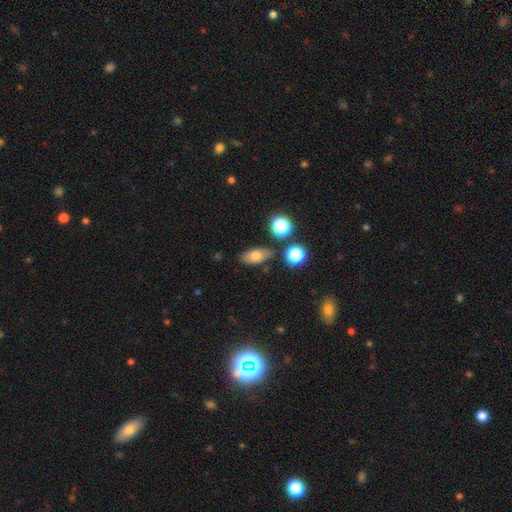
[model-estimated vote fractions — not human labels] A smooth galaxy with no disk features (74%) that is in between round and cigar-shaped (80%). Merging: none (79%).